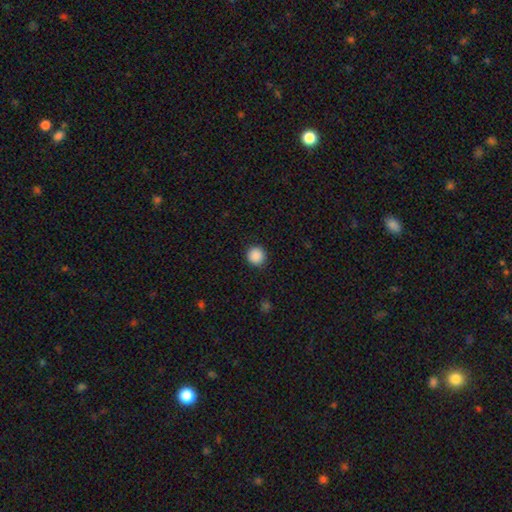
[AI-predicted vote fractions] A smooth galaxy with no disk features (88%) that is round (94%).

Vote fractions:
- Smooth or featured? smooth: 88% / star or artifact: 9% / featured or disk: 2%
- How rounded? round: 94% / in between: 5% / cigar-shaped: 1%
- Merging? none: 92% / minor disturbance: 5% / major disturbance: 2% / merger: 1%